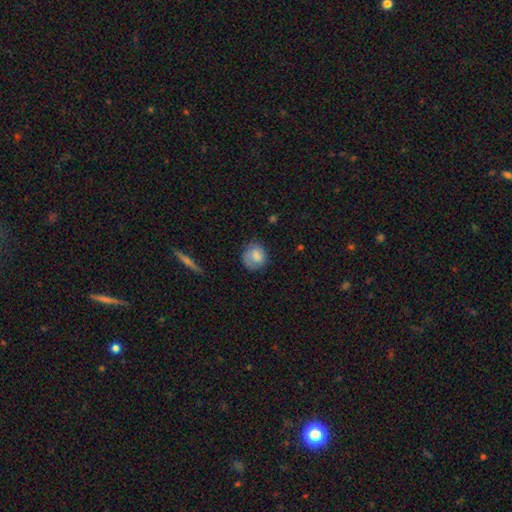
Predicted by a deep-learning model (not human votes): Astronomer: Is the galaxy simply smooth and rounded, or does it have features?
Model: smooth — 78%.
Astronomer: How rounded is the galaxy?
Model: round — 77%.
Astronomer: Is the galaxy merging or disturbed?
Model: none — 67%.